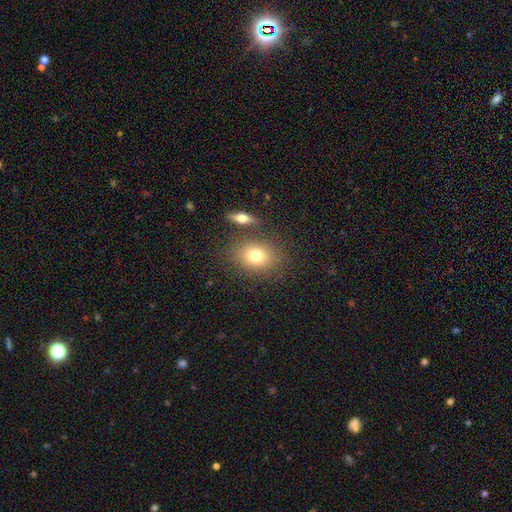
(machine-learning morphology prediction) Smooth or featured? Predicted: smooth (p=0.76). How rounded? Predicted: in between (p=0.63). Merging? Predicted: none (p=0.77).